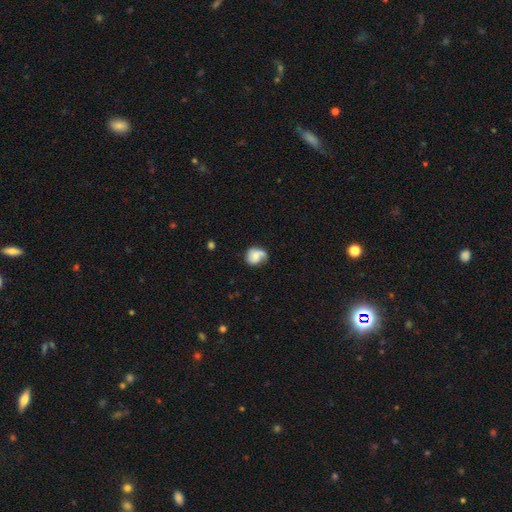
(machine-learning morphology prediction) featured or disk 57%, smooth 35%, star or artifact 8%. Down the decision tree: edge-on disk — no (98%); bar — no (65%); spiral arms — yes (86%); bulge size — small (45%); merging — none (52%).